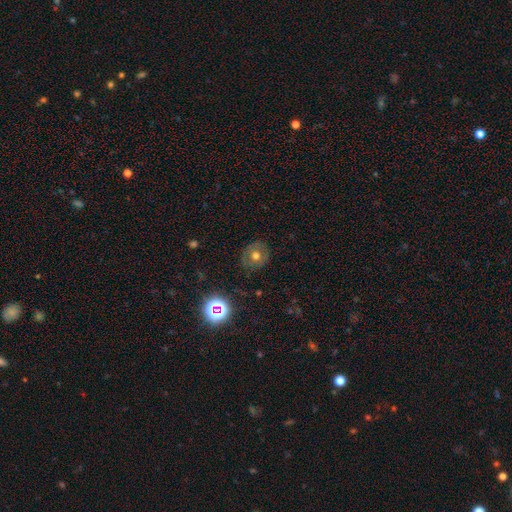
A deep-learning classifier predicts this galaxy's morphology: This is possibly a smooth galaxy (58%). How rounded: clearly round (81%). Merging: clearly none (82%).